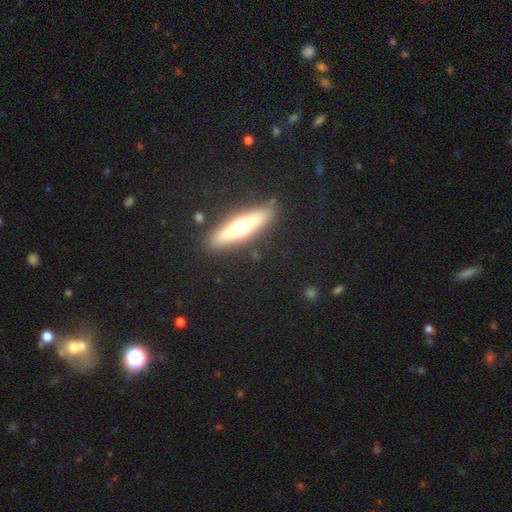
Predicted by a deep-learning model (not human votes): Smooth or featured?
  - featured or disk: 57% *
  - smooth: 32%
  - star or artifact: 11%
Edge-on disk?
  - yes: 91% *
  - no: 9%
Edge-on bulge?
  - rounded: 85% *
  - none: 9%
  - boxy: 6%
Merging?
  - none: 86% *
  - minor disturbance: 10%
  - major disturbance: 3%
  - merger: 2%